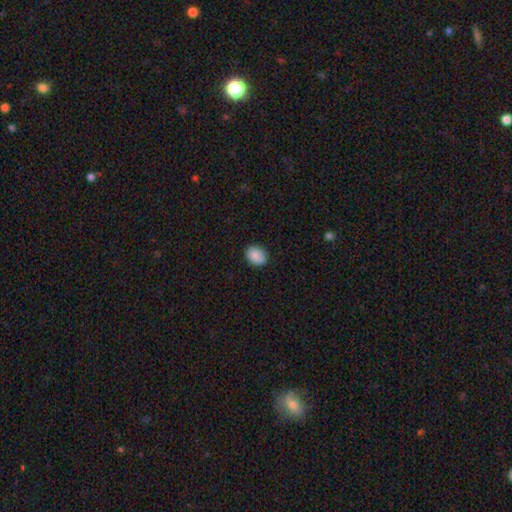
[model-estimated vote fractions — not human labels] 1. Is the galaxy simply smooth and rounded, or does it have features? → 88% smooth, 8% star or artifact, 5% featured or disk.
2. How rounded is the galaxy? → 58% in between, 41% round, 1% cigar-shaped.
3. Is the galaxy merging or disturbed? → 83% none, 13% minor disturbance, 2% major disturbance, 1% merger.